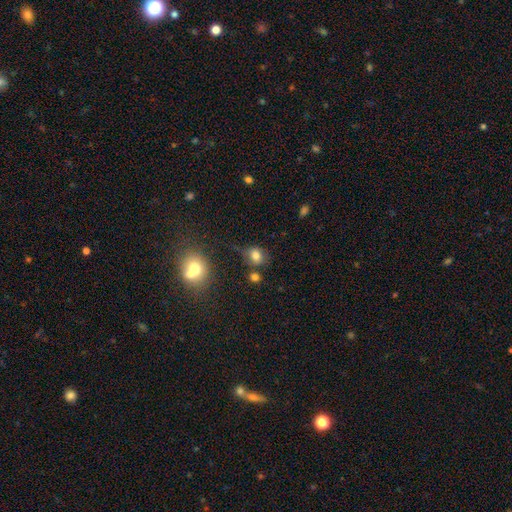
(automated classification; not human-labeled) Q: Smooth or featured?
A: smooth (77%); runner-up: star or artifact (13%)
Q: How rounded?
A: round (58%); runner-up: in between (41%)
Q: Merging?
A: none (61%); runner-up: minor disturbance (21%)